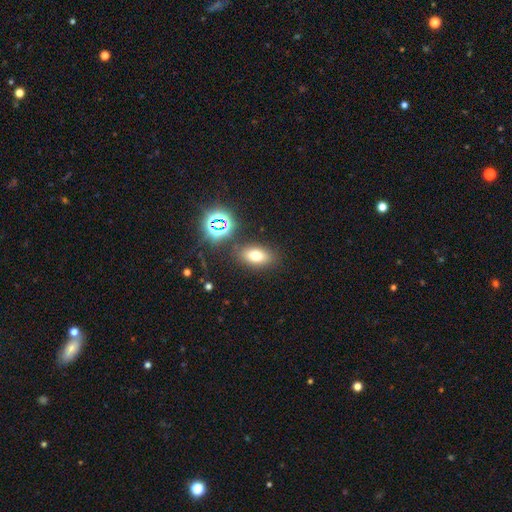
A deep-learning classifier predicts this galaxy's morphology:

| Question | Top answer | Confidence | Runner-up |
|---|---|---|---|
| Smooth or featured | smooth | 66% | star or artifact (21%) |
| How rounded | in between | 79% | round (16%) |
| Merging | none | 82% | minor disturbance (10%) |